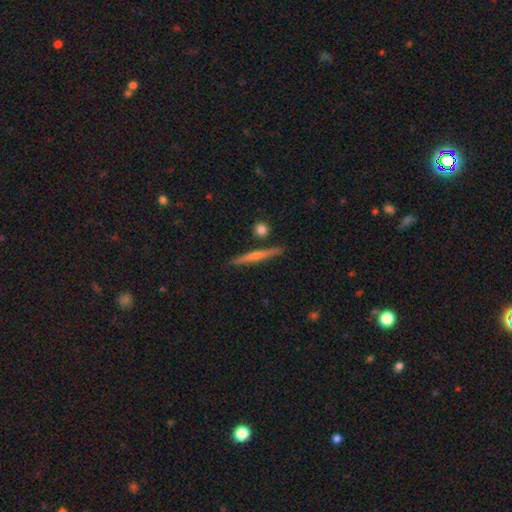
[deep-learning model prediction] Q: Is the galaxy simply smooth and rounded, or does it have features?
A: featured or disk — 56%.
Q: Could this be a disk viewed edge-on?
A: yes — 97%.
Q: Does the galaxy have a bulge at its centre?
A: rounded — 61%.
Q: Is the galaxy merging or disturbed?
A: none — 87%.